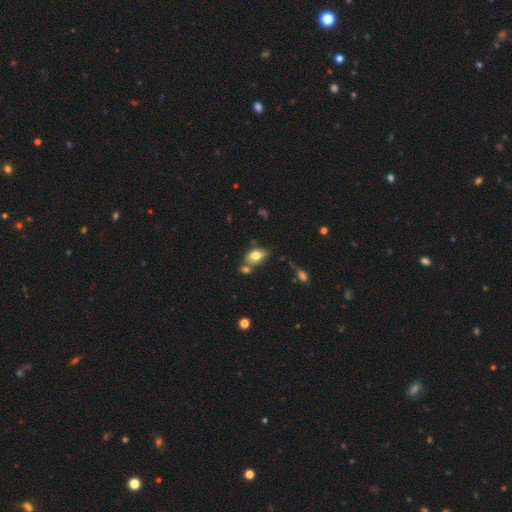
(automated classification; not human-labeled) Q: Smooth or featured?
A: smooth (74%); runner-up: featured or disk (16%)
Q: How rounded?
A: in between (81%); runner-up: round (17%)
Q: Merging?
A: none (56%); runner-up: merger (21%)